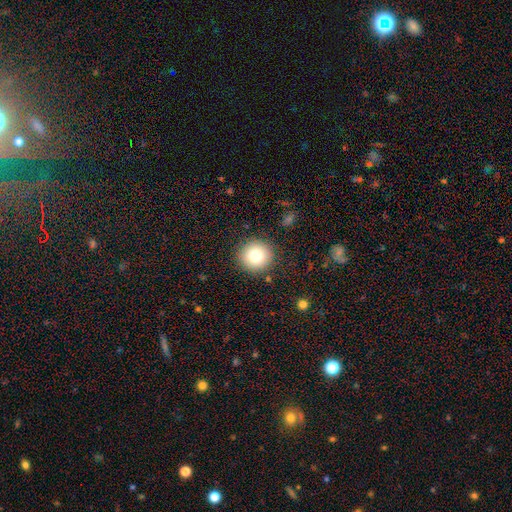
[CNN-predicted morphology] Smooth or featured: smooth — 79% (star or artifact — 11%)
How rounded: round — 94% (in between — 5%)
Merging: none — 89% (minor disturbance — 7%)